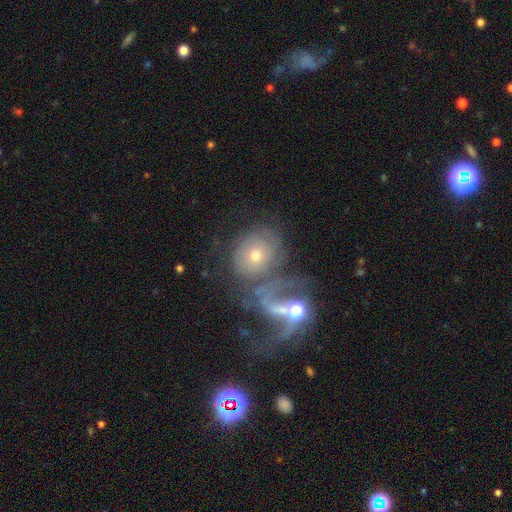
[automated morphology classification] Smooth or featured? Predicted: featured or disk (p=0.60). Edge-on disk? Predicted: no (p=0.96). Bar? Predicted: no (p=0.71). Spiral arms? Predicted: yes (p=0.75). Bulge size? Predicted: moderate (p=0.55). Merging? Predicted: merger (p=0.50).